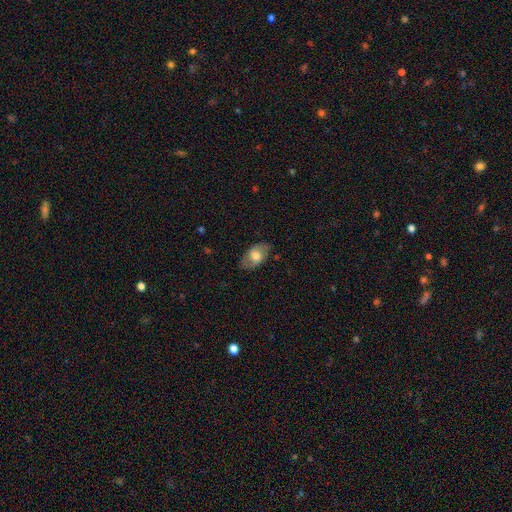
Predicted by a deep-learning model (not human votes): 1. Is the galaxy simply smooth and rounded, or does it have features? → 58% smooth, 35% featured or disk, 7% star or artifact.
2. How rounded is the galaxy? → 89% in between, 9% round, 2% cigar-shaped.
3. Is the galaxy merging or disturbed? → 78% none, 16% minor disturbance, 5% major disturbance, 1% merger.